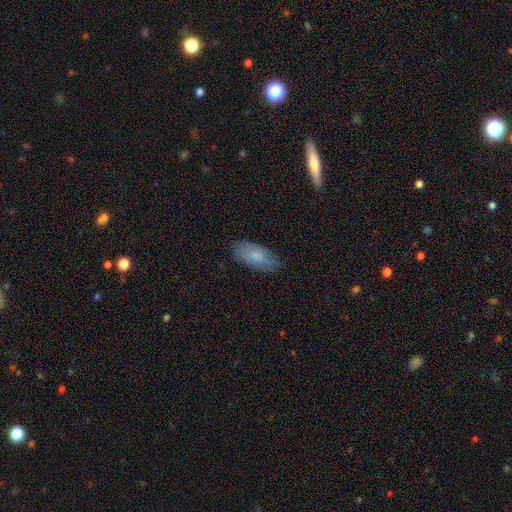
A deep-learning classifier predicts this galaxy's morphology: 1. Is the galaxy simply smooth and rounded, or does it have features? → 66% smooth, 27% featured or disk, 7% star or artifact.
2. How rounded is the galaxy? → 89% in between, 9% cigar-shaped, 3% round.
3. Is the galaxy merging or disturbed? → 72% none, 22% minor disturbance, 5% major disturbance, 1% merger.